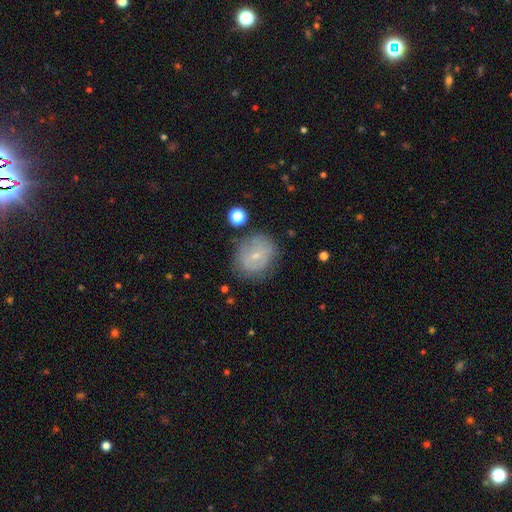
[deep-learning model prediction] Q: Smooth or featured?
A: smooth (47%); runner-up: featured or disk (43%)
Q: Merging?
A: none (71%); runner-up: minor disturbance (19%)